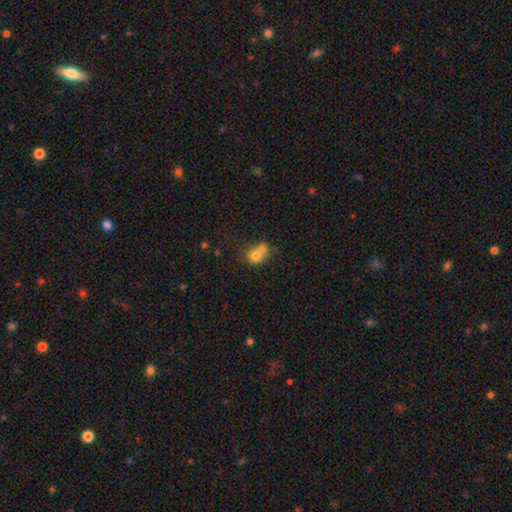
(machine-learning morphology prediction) This is likely a smooth galaxy (72%). How rounded: likely round (75%). Merging: likely merger (63%).